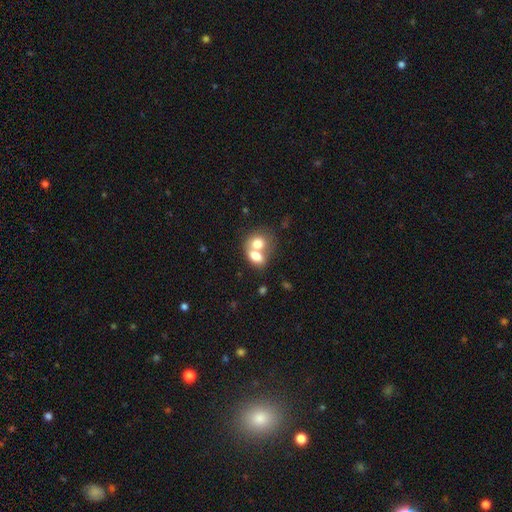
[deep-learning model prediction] Smooth or featured?
  - smooth: 72% *
  - featured or disk: 20%
  - star or artifact: 8%
How rounded?
  - in between: 63% *
  - round: 35%
  - cigar-shaped: 1%
Merging?
  - merger: 72% *
  - none: 19%
  - minor disturbance: 6%
  - major disturbance: 3%